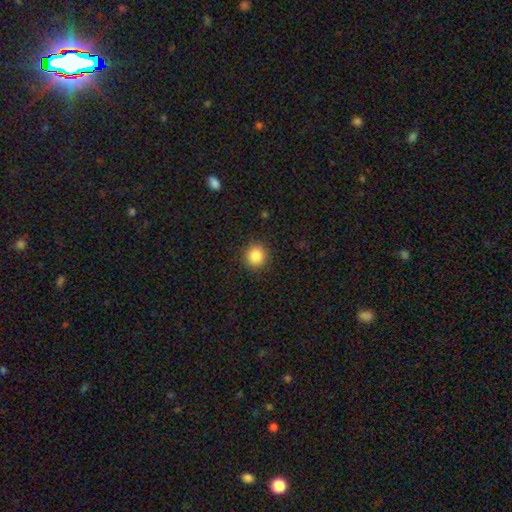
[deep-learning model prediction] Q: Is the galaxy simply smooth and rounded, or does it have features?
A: smooth — 86%.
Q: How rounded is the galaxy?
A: round — 91%.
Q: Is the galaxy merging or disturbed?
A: none — 91%.